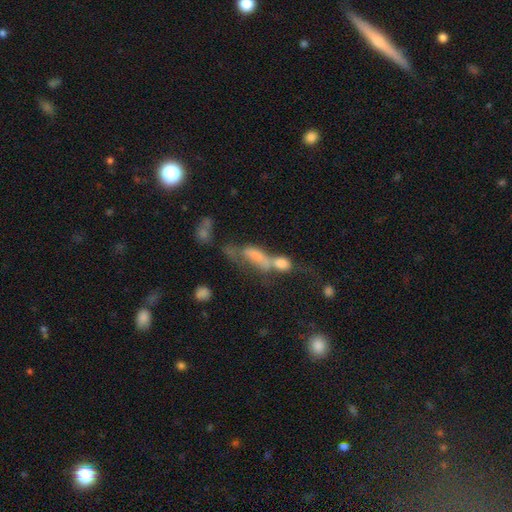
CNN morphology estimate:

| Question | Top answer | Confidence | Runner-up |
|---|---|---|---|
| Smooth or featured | smooth | 61% | featured or disk (26%) |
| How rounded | in between | 61% | cigar-shaped (33%) |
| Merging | merger | 67% | major disturbance (14%) |